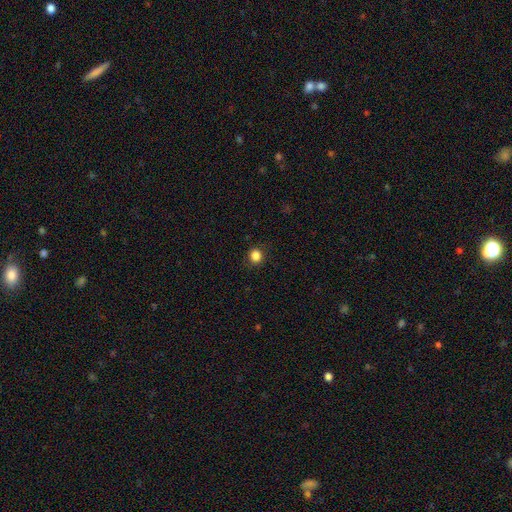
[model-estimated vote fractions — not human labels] A smooth galaxy with no disk features (85%) that is round (87%).

Vote fractions:
- Smooth or featured? smooth: 85% / star or artifact: 12% / featured or disk: 4%
- How rounded? round: 87% / in between: 12% / cigar-shaped: 1%
- Merging? none: 89% / minor disturbance: 8% / major disturbance: 2% / merger: 1%